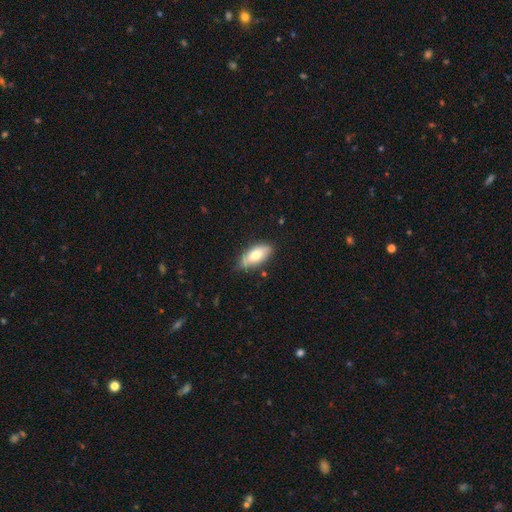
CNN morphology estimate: This appears to be a smooth galaxy with no disk features (73%) that is in between round and cigar-shaped (85%). Merging: none (78%).